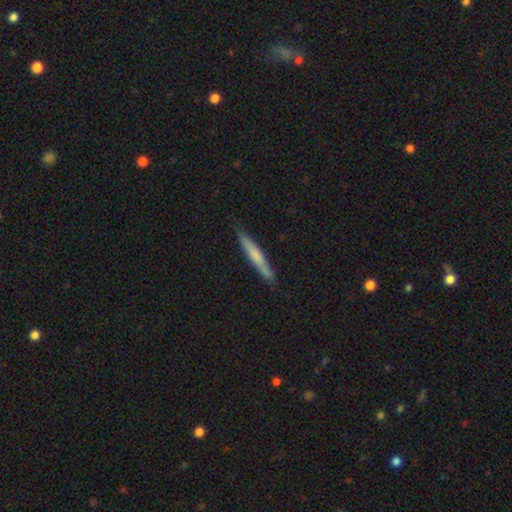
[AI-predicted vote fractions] This appears to be a smooth galaxy with no disk features (60%) that is cigar-shaped (95%). Merging: none (87%).